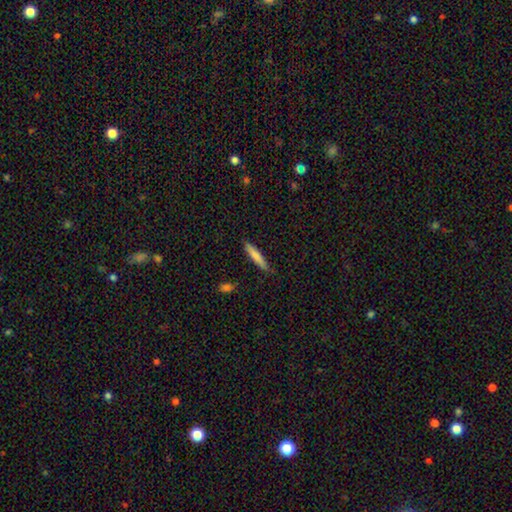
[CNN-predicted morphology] smooth_or_featured: smooth (p=0.76) [alt: featured or disk p=0.18]
how_rounded: cigar-shaped (p=0.90) [alt: in between p=0.08]
merging: none (p=0.84) [alt: minor disturbance p=0.13]